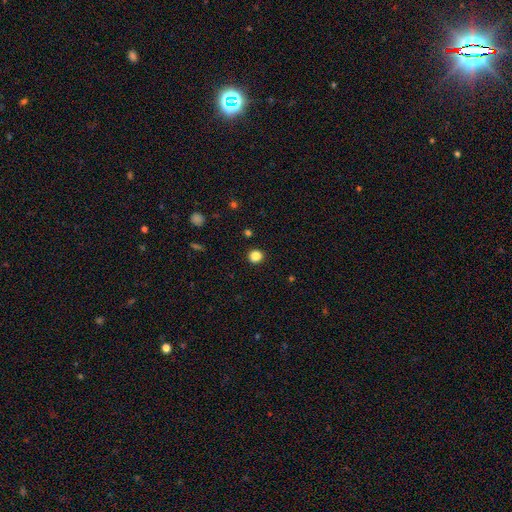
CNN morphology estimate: A smooth galaxy with no disk features (84%) that is round (92%).

Vote fractions:
- Smooth or featured? smooth: 84% / star or artifact: 12% / featured or disk: 4%
- How rounded? round: 92% / in between: 7% / cigar-shaped: 1%
- Merging? none: 92% / minor disturbance: 5% / major disturbance: 2% / merger: 1%